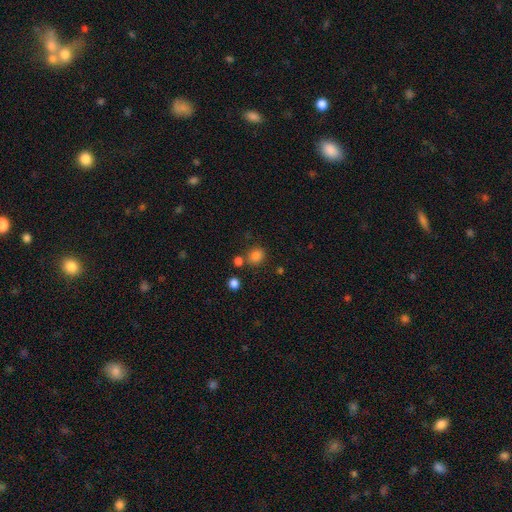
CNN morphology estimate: Q: Smooth or featured?
A: smooth (82%); runner-up: star or artifact (13%)
Q: How rounded?
A: round (71%); runner-up: in between (28%)
Q: Merging?
A: none (74%); runner-up: merger (11%)